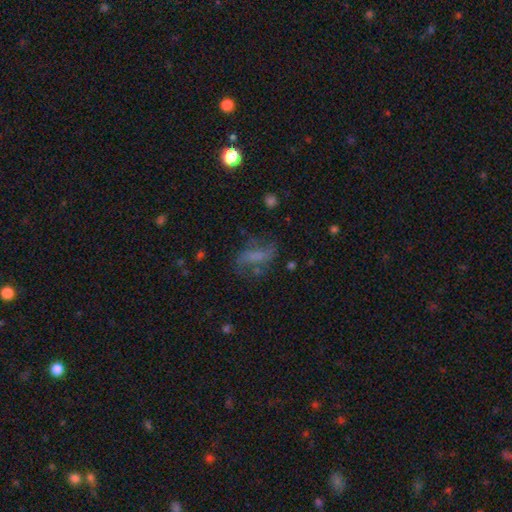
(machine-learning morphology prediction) A featured or disk galaxy (46%).

Vote fractions:
- Smooth or featured? featured or disk: 46% / smooth: 39% / star or artifact: 15%
- Merging? none: 55% / minor disturbance: 21% / major disturbance: 19% / merger: 4%